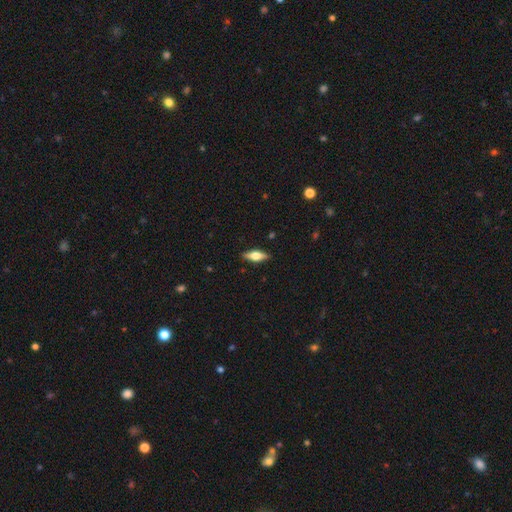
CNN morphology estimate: This is possibly a featured or disk galaxy (52%). It is clearly viewed edge-on (93%). Merging: clearly none (89%).